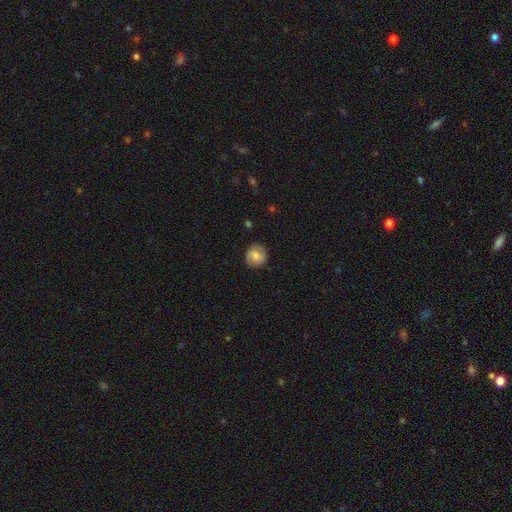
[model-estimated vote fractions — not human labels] Smooth or featured? Predicted: smooth (p=0.59). How rounded? Predicted: round (p=0.85). Merging? Predicted: none (p=0.82).